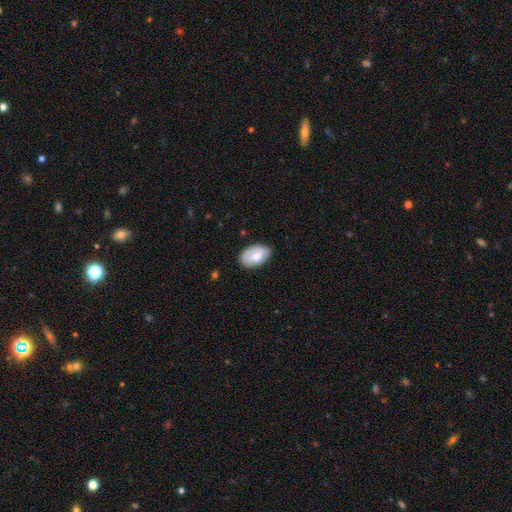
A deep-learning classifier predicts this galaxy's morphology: smooth 74%, featured or disk 20%, star or artifact 6%. Down the decision tree: how rounded — in between (92%); merging — none (79%).